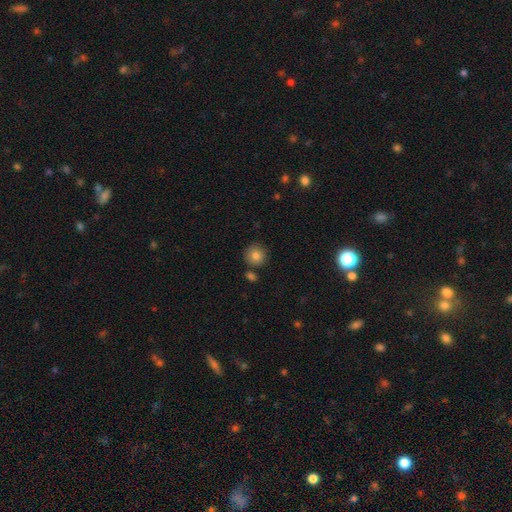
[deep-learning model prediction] Smooth or featured: smooth — 83% (star or artifact — 10%)
How rounded: round — 93% (in between — 6%)
Merging: none — 80% (minor disturbance — 9%)